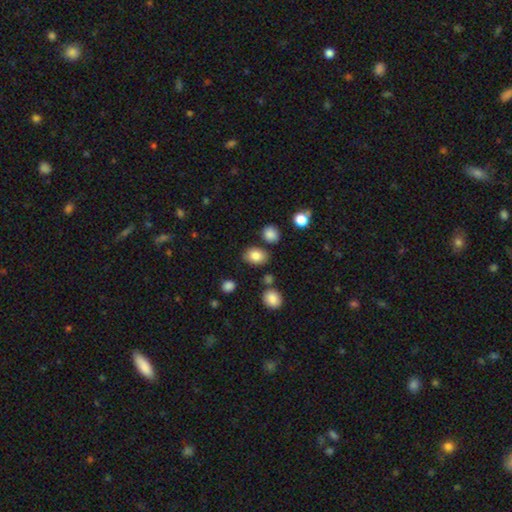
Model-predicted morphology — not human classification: A smooth galaxy with no disk features (83%) that is in between round and cigar-shaped (65%).

Vote fractions:
- Smooth or featured? smooth: 83% / star or artifact: 10% / featured or disk: 7%
- How rounded? in between: 65% / round: 34% / cigar-shaped: 1%
- Merging? none: 78% / minor disturbance: 12% / merger: 6% / major disturbance: 3%